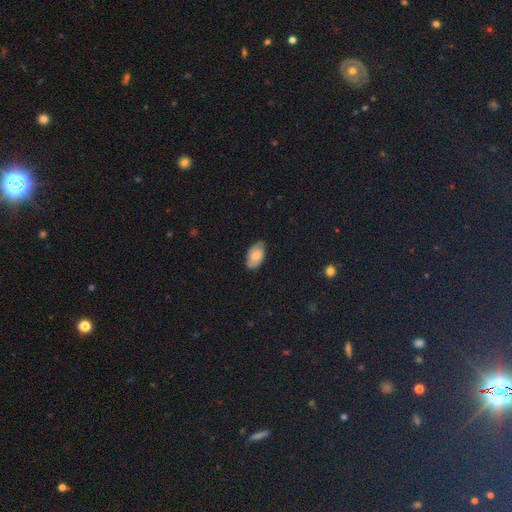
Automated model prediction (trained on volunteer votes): Smooth or featured?
  - smooth: 55% *
  - featured or disk: 37%
  - star or artifact: 9%
How rounded?
  - in between: 93% *
  - round: 5%
  - cigar-shaped: 2%
Merging?
  - none: 77% *
  - minor disturbance: 18%
  - major disturbance: 4%
  - merger: 1%